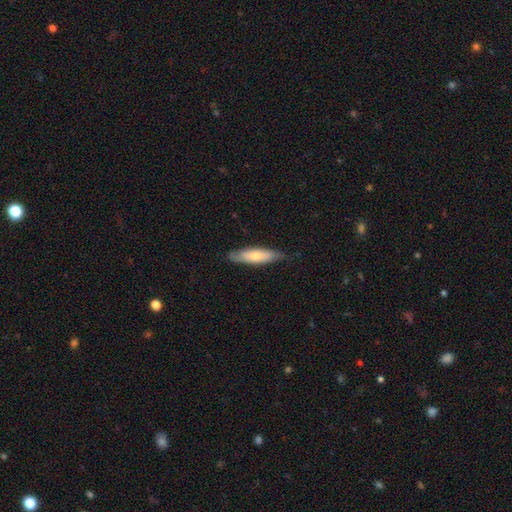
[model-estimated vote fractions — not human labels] smooth 64%, featured or disk 31%, star or artifact 5%. Down the decision tree: how rounded — cigar-shaped (66%); merging — none (79%).